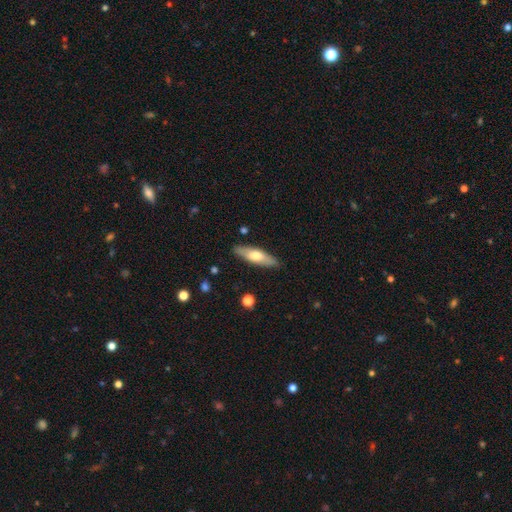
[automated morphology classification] A smooth galaxy with no disk features (57%) that is cigar-shaped (58%). Merging: none (87%).